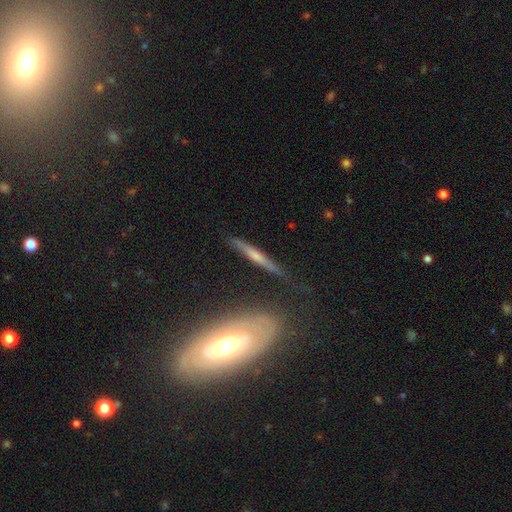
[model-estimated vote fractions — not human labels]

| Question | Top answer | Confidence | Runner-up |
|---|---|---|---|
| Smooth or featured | featured or disk | 59% | smooth (33%) |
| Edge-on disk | yes | 91% | no (9%) |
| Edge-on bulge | rounded | 45% | none (42%) |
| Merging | none | 78% | minor disturbance (15%) |